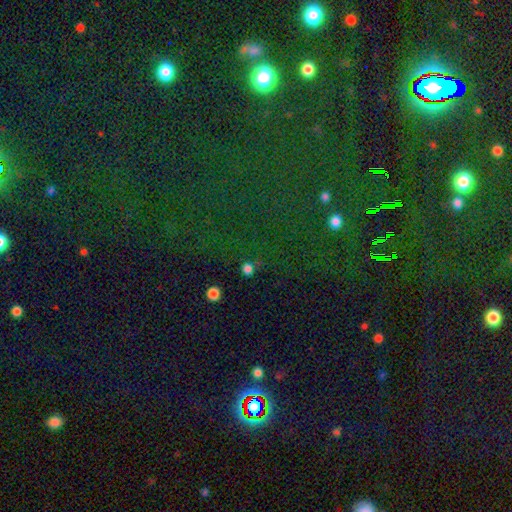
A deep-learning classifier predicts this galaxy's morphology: A star or artifact, not a galaxy (78%).

Vote fractions:
- Smooth or featured? star or artifact: 78% / smooth: 14% / featured or disk: 8%